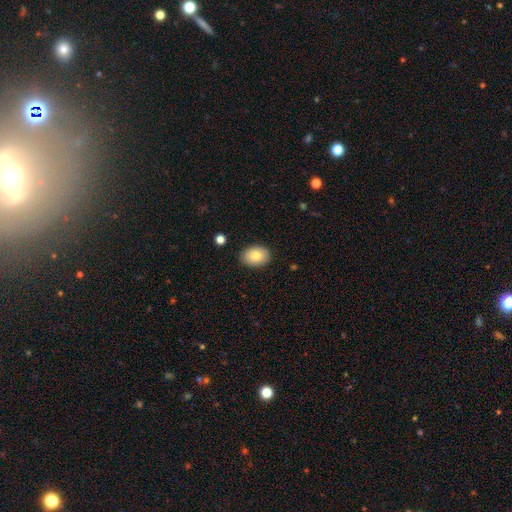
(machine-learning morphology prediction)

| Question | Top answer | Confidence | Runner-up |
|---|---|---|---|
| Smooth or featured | smooth | 84% | featured or disk (9%) |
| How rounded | in between | 76% | round (23%) |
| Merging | none | 87% | minor disturbance (9%) |